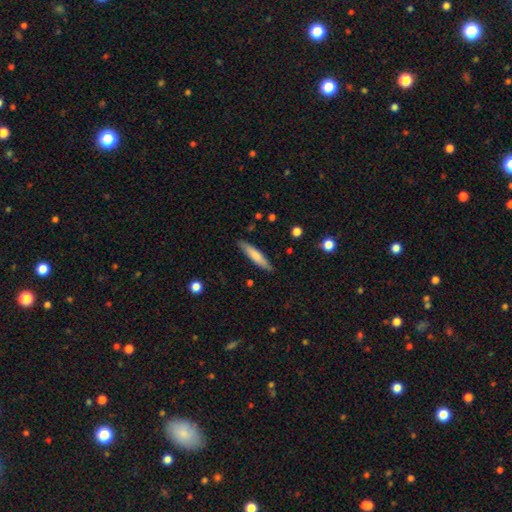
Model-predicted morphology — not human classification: This appears to be a smooth galaxy with no disk features (72%) that is cigar-shaped (86%). Merging: none (87%).